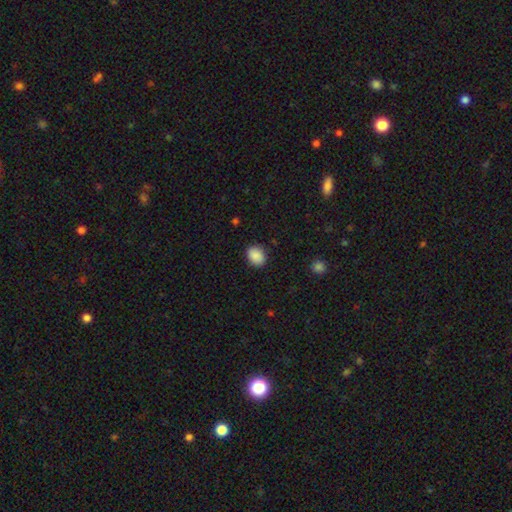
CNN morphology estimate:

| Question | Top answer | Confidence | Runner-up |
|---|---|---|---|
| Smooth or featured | smooth | 89% | star or artifact (8%) |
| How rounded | in between | 62% | round (38%) |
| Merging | none | 87% | minor disturbance (10%) |